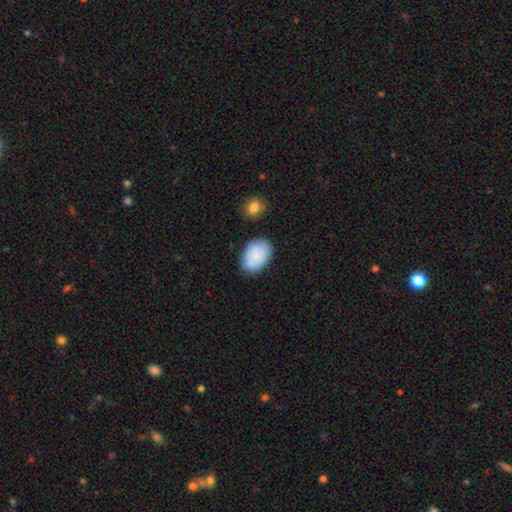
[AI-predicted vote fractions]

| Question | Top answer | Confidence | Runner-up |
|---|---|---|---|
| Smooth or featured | smooth | 84% | featured or disk (10%) |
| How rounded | in between | 86% | round (13%) |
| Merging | none | 76% | minor disturbance (16%) |